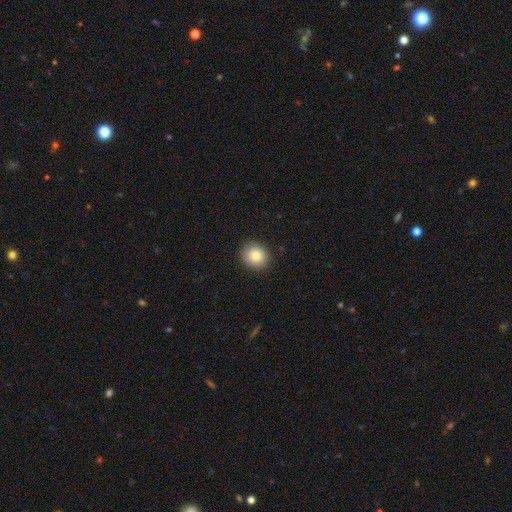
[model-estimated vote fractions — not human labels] smooth 81%, star or artifact 10%, featured or disk 9%. Down the decision tree: how rounded — round (85%); merging — none (90%).